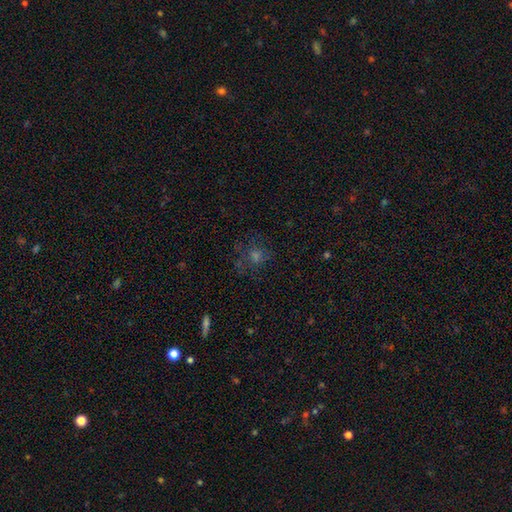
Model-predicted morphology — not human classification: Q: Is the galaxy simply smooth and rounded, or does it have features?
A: smooth — 41%.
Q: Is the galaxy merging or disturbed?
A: none — 67%.